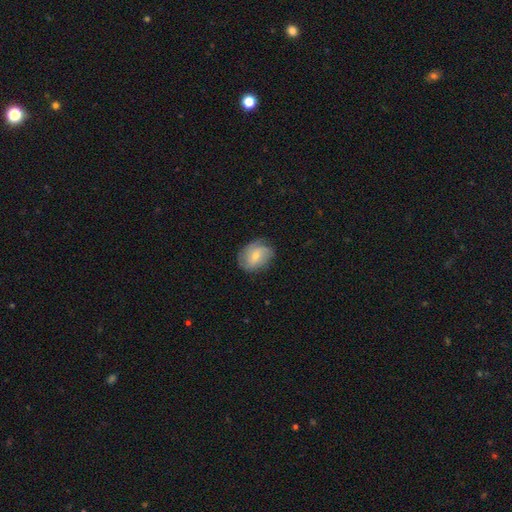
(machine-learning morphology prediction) Q: Smooth or featured?
A: featured or disk (51%); runner-up: smooth (42%)
Q: Edge-on disk?
A: no (96%); runner-up: yes (4%)
Q: Merging?
A: none (73%); runner-up: minor disturbance (20%)